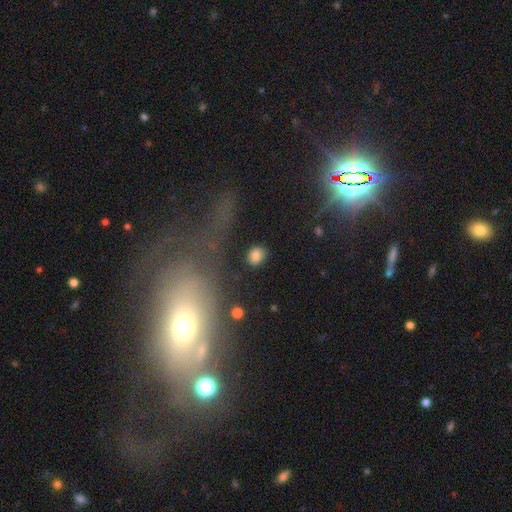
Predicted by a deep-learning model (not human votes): smooth_or_featured: smooth (p=0.83) [alt: star or artifact p=0.10]
how_rounded: round (p=0.54) [alt: in between p=0.44]
merging: none (p=0.84) [alt: minor disturbance p=0.09]